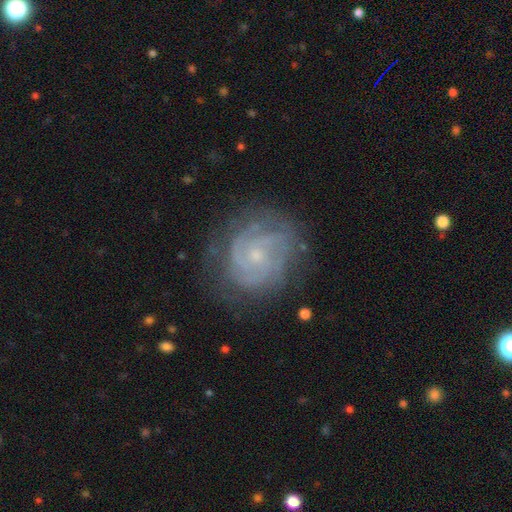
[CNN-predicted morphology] This is clearly a featured or disk galaxy (82%). It is clearly not viewed edge-on (98%). Bar: likely no (69%). Spiral arm pattern: clearly yes (94%). Spiral arm count: marginally 2 (33%). Spiral winding: likely tight (66%). Central bulge: likely small (71%). Merging: likely none (74%).